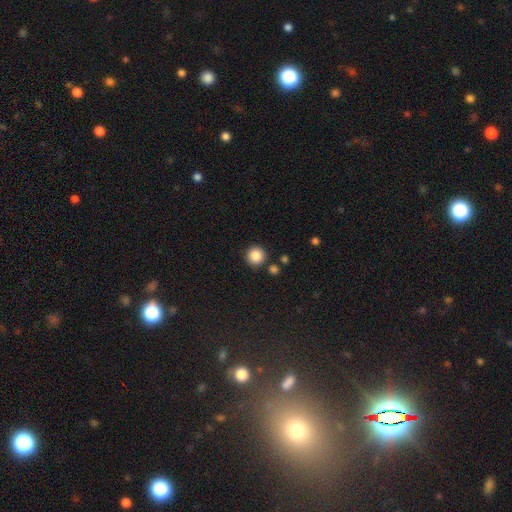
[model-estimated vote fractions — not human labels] Smooth or featured? Predicted: smooth (p=0.86). How rounded? Predicted: round (p=0.94). Merging? Predicted: none (p=0.86).